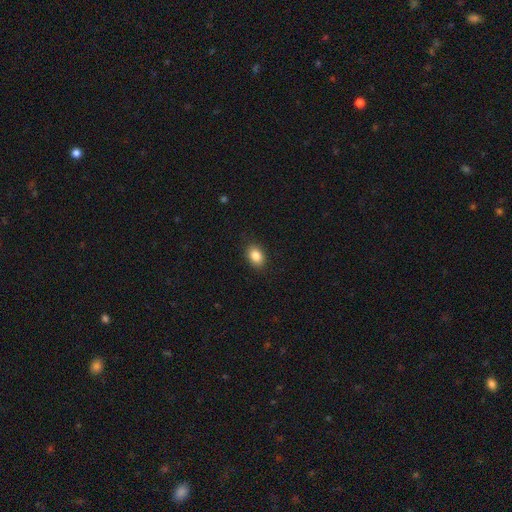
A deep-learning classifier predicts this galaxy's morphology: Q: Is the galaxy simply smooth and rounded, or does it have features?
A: smooth — 86%.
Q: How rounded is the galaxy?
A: in between — 77%.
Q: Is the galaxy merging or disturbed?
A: none — 88%.